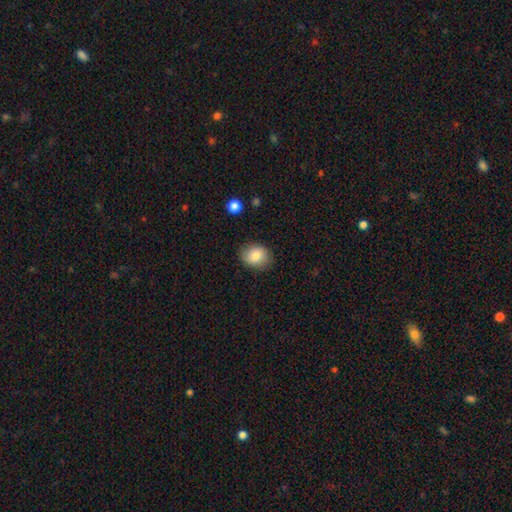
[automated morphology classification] smooth_or_featured: smooth (p=0.81) [alt: featured or disk p=0.11]
how_rounded: round (p=0.54) [alt: in between p=0.45]
merging: none (p=0.83) [alt: minor disturbance p=0.12]